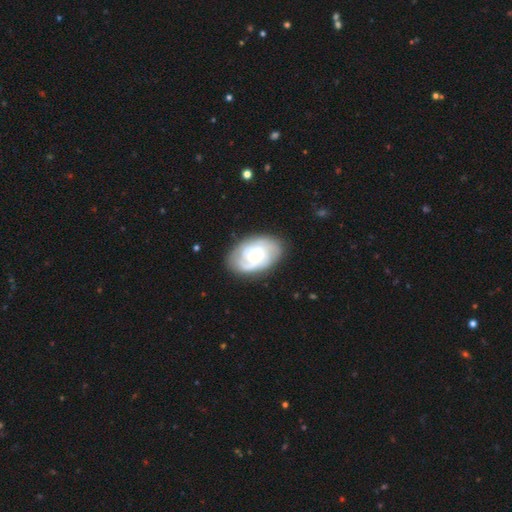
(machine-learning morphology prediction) Smooth or featured? Predicted: featured or disk (p=0.74). Edge-on disk? Predicted: no (p=0.97). Bar? Predicted: no (p=0.49). Spiral arms? Predicted: yes (p=0.89). Spiral winding? Predicted: tight (p=0.60). Spiral arm count? Predicted: 2 (p=0.37). Bulge size? Predicted: small (p=0.59). Merging? Predicted: none (p=0.77).